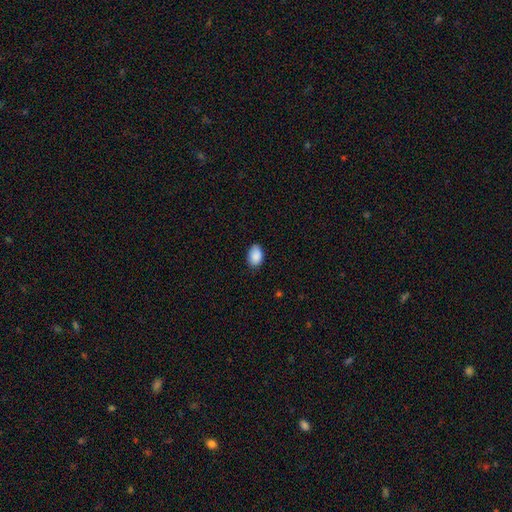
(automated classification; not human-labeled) Morphology: type=smooth (89%); roundness=in between (86%); merging=none (81%).